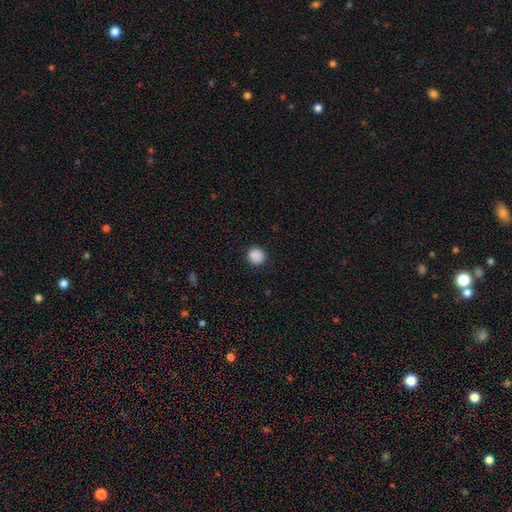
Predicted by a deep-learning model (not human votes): A smooth galaxy with no disk features (89%) that is round (93%).

Vote fractions:
- Smooth or featured? smooth: 89% / star or artifact: 9% / featured or disk: 2%
- How rounded? round: 93% / in between: 7% / cigar-shaped: 1%
- Merging? none: 91% / minor disturbance: 6% / major disturbance: 2% / merger: 1%